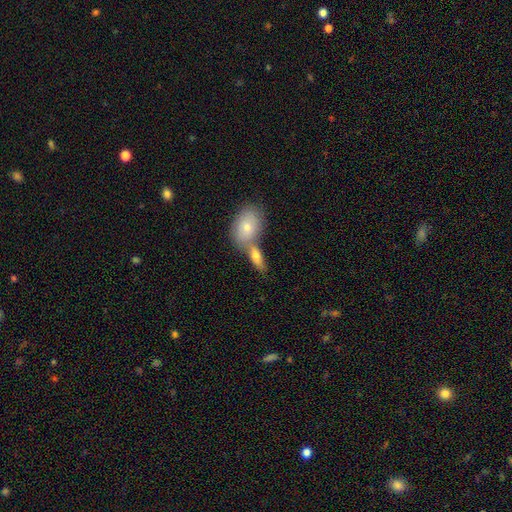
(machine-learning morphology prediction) smooth_or_featured: smooth (p=0.71) [alt: featured or disk p=0.22]
how_rounded: in between (p=0.79) [alt: cigar-shaped p=0.15]
merging: merger (p=0.51) [alt: none p=0.37]